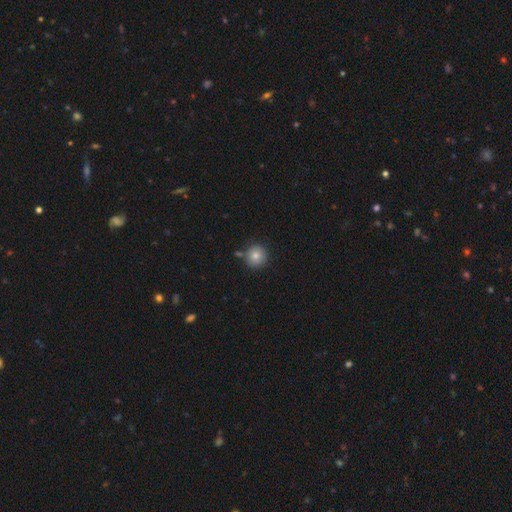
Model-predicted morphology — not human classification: This appears to be a smooth galaxy with no disk features (81%) that is round (95%). Merging: none (81%).